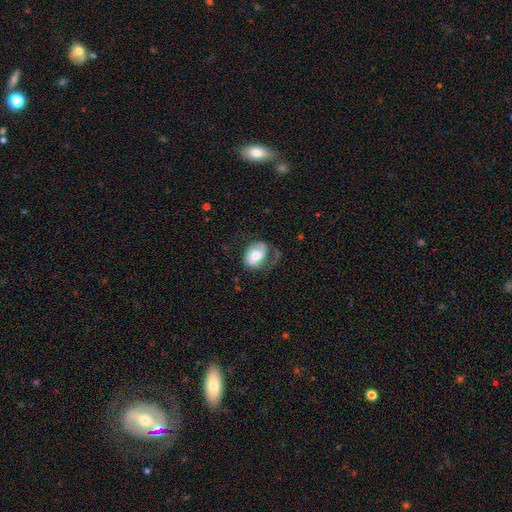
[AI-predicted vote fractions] Overall: smooth (55%; featured or disk 38%). How rounded: in between (76%). Merging: none (41%; major disturbance 29%).